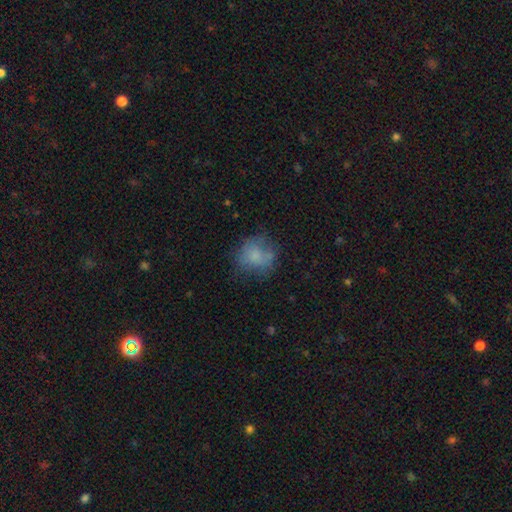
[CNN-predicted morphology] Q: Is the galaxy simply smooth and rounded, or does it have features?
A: smooth — 70%.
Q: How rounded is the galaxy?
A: round — 75%.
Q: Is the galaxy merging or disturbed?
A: none — 56%.